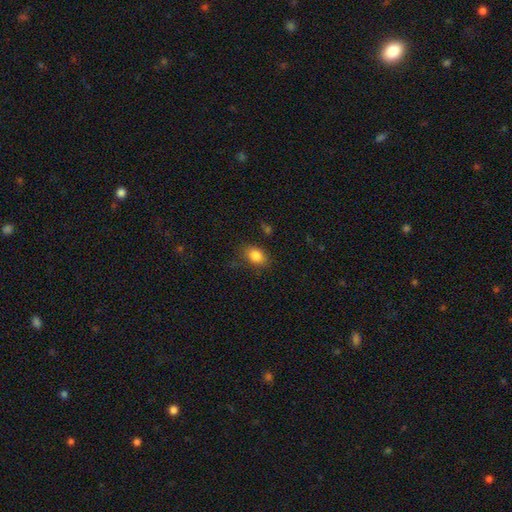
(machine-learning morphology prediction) Overall: smooth (84%). How rounded: in between (75%). Merging: none (74%).